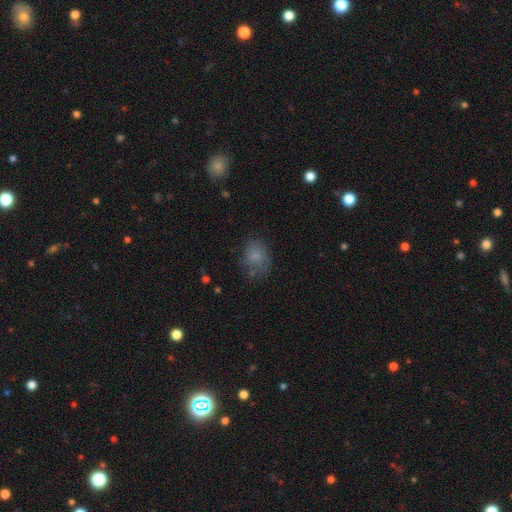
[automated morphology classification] Overall: smooth (75%). How rounded: in between (57%; round 42%). Merging: none (57%; minor disturbance 25%).